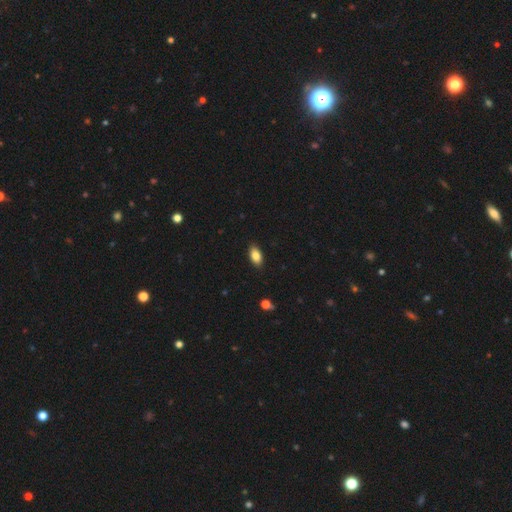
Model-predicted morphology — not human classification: The model was most divided on "smooth or featured": smooth: 85%, star or artifact: 8%, featured or disk: 7%. More confident: how rounded — in between (92%); merging — none (88%).